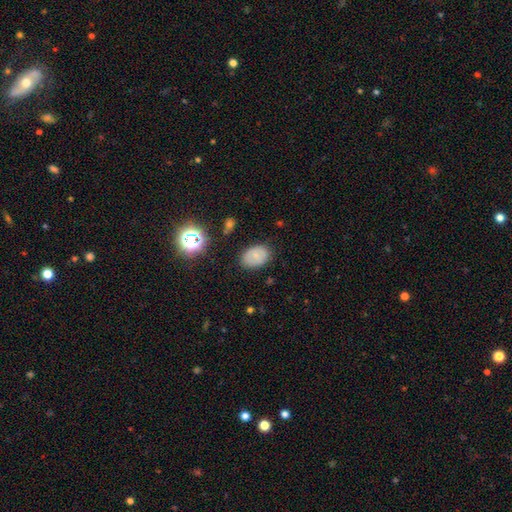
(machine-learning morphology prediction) smooth 73%, featured or disk 15%, star or artifact 12%. Down the decision tree: how rounded — in between (82%); merging — none (81%).